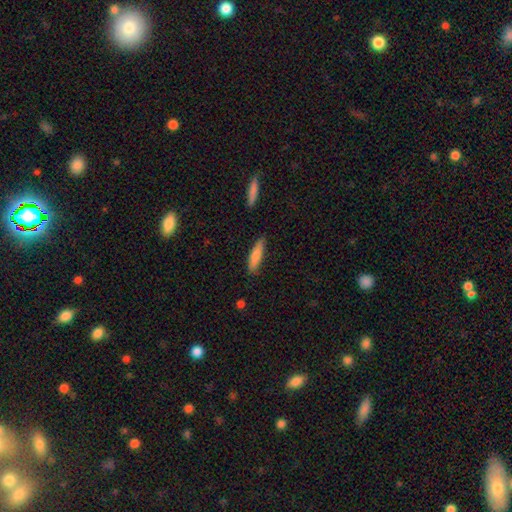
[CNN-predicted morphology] Smooth or featured? Predicted: smooth (p=0.81). How rounded? Predicted: cigar-shaped (p=0.77). Merging? Predicted: none (p=0.84).